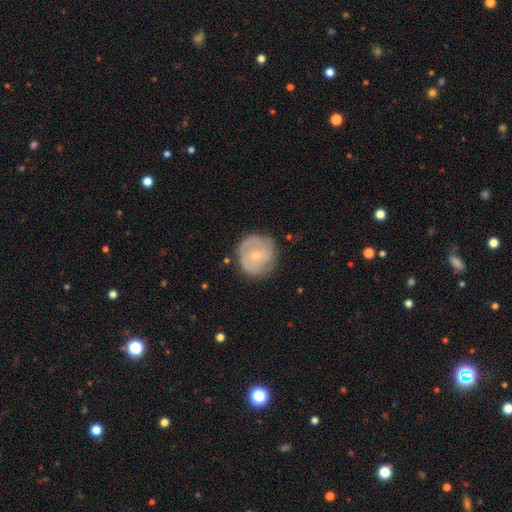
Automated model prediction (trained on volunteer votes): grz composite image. It shows a featured or disk galaxy (58%) with no bar (67%), spiral arms (75%) and a small central bulge (66%). Merging: none (72%).